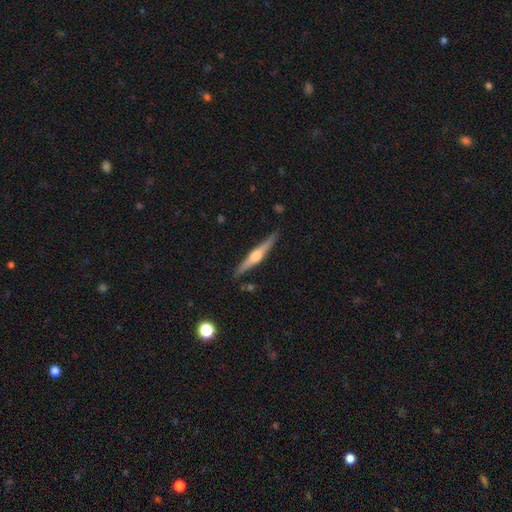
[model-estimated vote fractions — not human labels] The model was most divided on "smooth or featured": featured or disk: 74%, smooth: 21%, star or artifact: 5%. More confident: edge-on disk — yes (98%); edge-on bulge — rounded (90%); merging — none (88%).